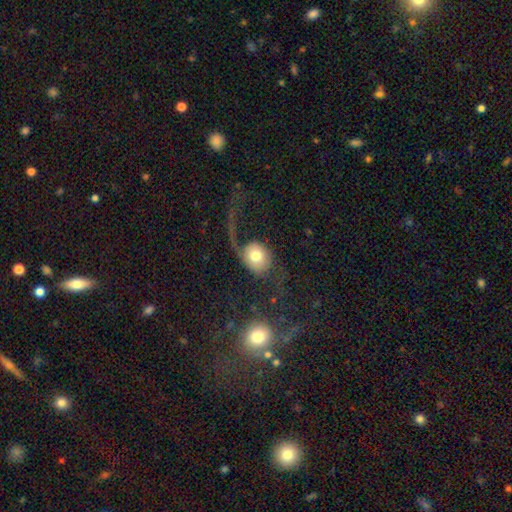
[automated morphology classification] smooth_or_featured: smooth (p=0.55) [alt: featured or disk p=0.36]
how_rounded: round (p=0.65) [alt: in between p=0.33]
merging: major disturbance (p=0.52) [alt: none p=0.28]